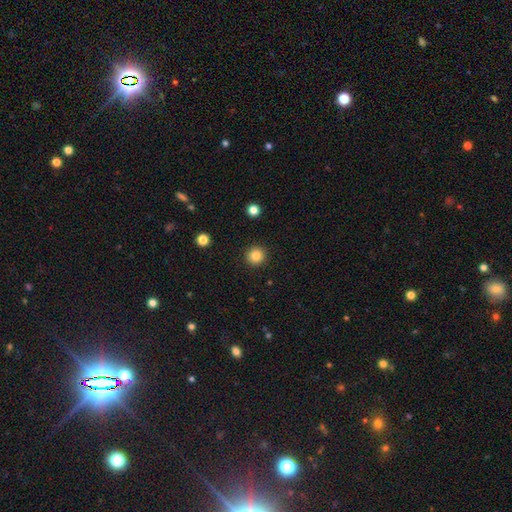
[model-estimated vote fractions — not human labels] smooth-or-featured: smooth: 84% | star or artifact: 11% | featured or disk: 5%
  how-rounded: round: 95% | in between: 4% | cigar-shaped: 1%
  merging: none: 93% | minor disturbance: 4% | major disturbance: 2% | merger: 1%